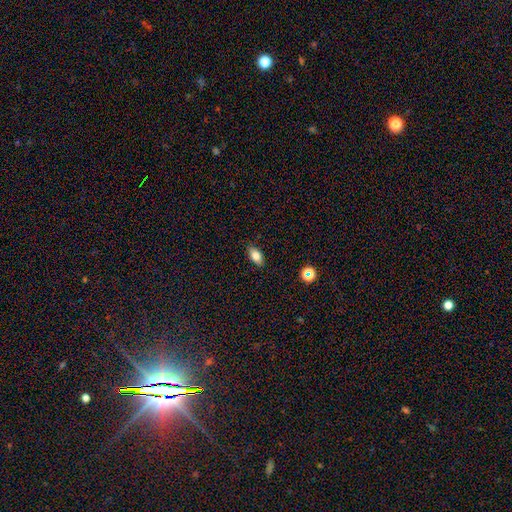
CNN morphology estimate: The model was most divided on "smooth or featured": smooth: 80%, featured or disk: 10%, star or artifact: 10%. More confident: how rounded — in between (88%); merging — none (86%).